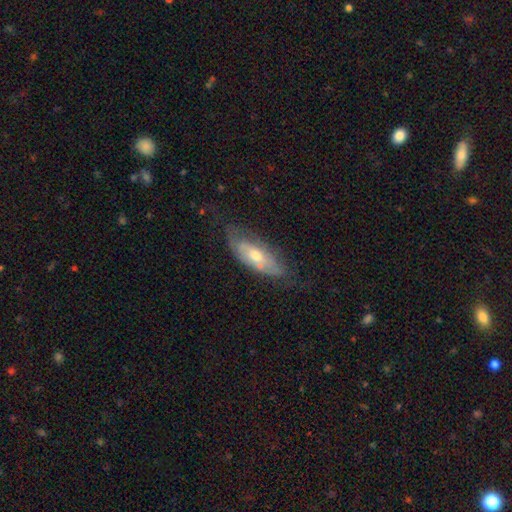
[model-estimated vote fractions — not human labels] smooth-or-featured: featured or disk: 51% | smooth: 42% | star or artifact: 7%
  disk-edge-on: no: 76% | yes: 24%
  merging: none: 56% | minor disturbance: 30% | major disturbance: 12% | merger: 2%